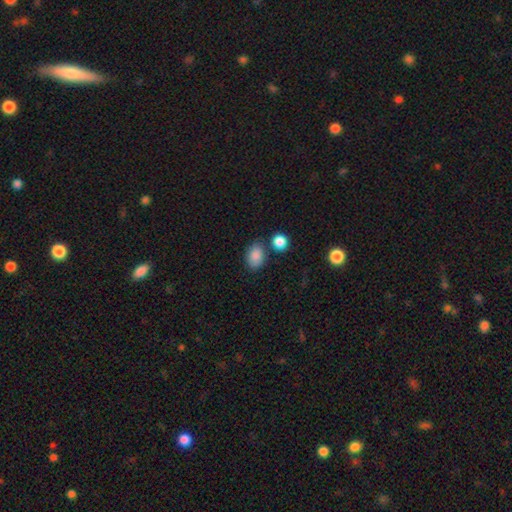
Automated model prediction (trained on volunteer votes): Morphology: type=smooth (87%); roundness=in between (79%); merging=none (70%).